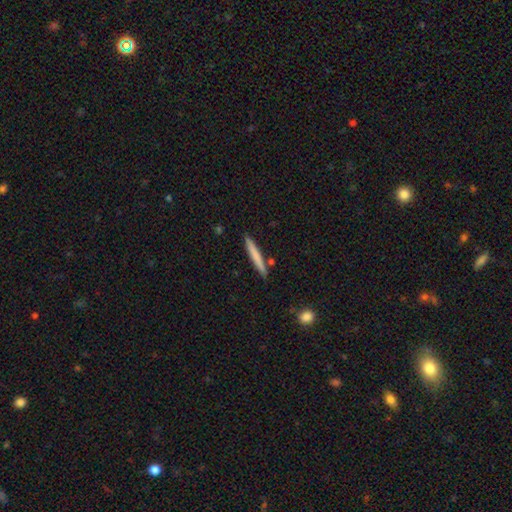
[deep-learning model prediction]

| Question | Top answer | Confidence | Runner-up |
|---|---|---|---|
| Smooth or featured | smooth | 70% | featured or disk (24%) |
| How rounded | cigar-shaped | 96% | in between (3%) |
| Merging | none | 87% | minor disturbance (8%) |